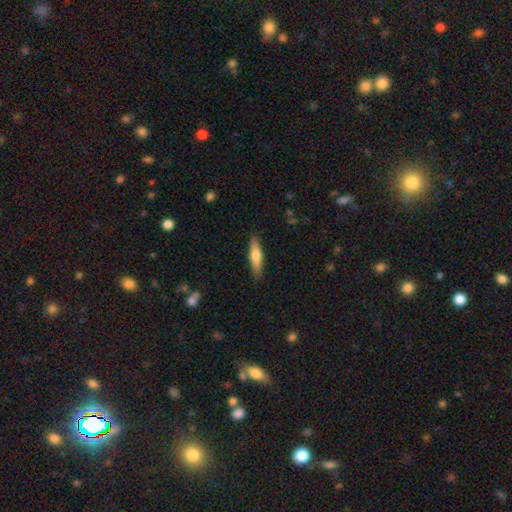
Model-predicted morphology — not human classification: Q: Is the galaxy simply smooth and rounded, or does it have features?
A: smooth — 63%.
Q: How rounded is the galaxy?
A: cigar-shaped — 73%.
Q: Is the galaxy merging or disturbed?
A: none — 87%.